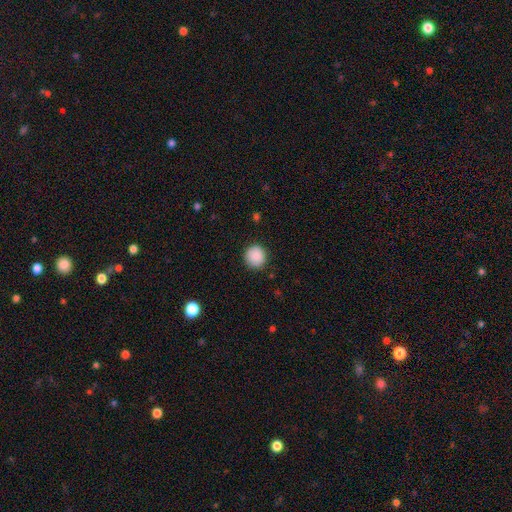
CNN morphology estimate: smooth-or-featured: smooth: 89% | star or artifact: 8% | featured or disk: 3%
  how-rounded: round: 92% | in between: 7% | cigar-shaped: 1%
  merging: none: 90% | minor disturbance: 7% | major disturbance: 2% | merger: 1%